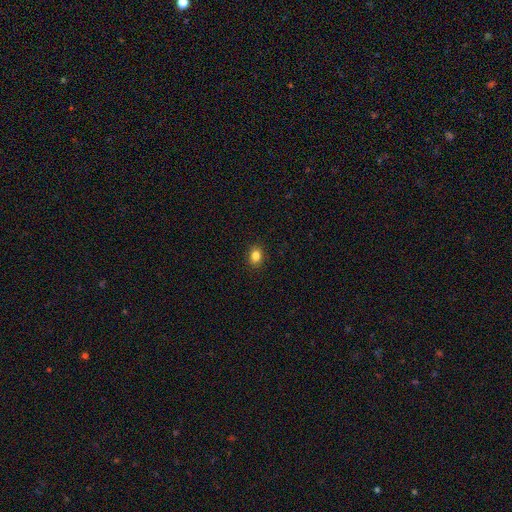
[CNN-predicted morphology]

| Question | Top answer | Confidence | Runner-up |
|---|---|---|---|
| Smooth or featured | smooth | 84% | star or artifact (11%) |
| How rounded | in between | 63% | round (36%) |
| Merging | none | 90% | minor disturbance (7%) |